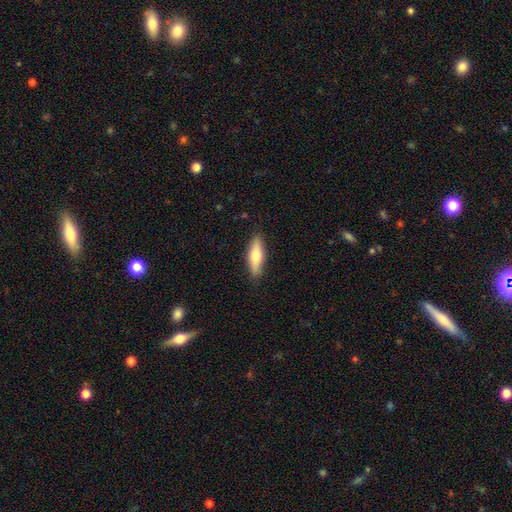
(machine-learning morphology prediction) Overall: smooth (62%; featured or disk 32%). How rounded: cigar-shaped (54%; in between 44%). Merging: none (86%).